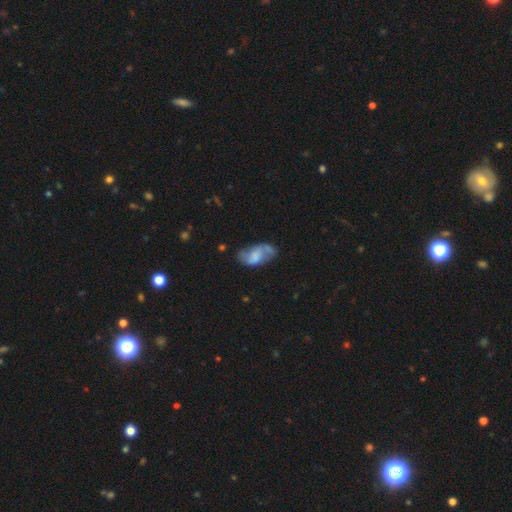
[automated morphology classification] smooth_or_featured: smooth (p=0.47) [alt: featured or disk p=0.46]
merging: none (p=0.45) [alt: minor disturbance p=0.28]